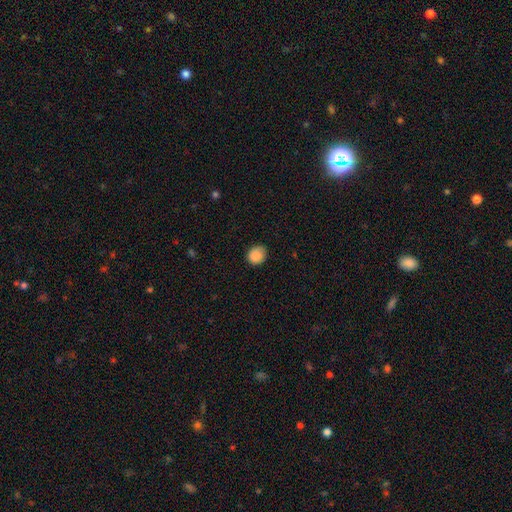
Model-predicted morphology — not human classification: smooth_or_featured: smooth (p=0.87) [alt: star or artifact p=0.08]
how_rounded: round (p=0.75) [alt: in between p=0.24]
merging: none (p=0.73) [alt: minor disturbance p=0.22]